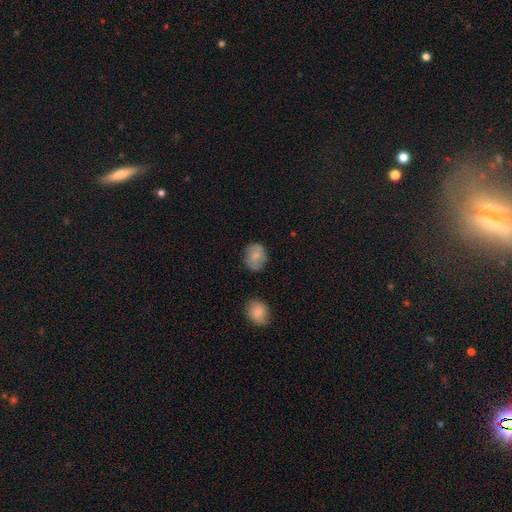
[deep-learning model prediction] smooth 75%, featured or disk 17%, star or artifact 8%. Down the decision tree: how rounded — round (55%); merging — none (73%).